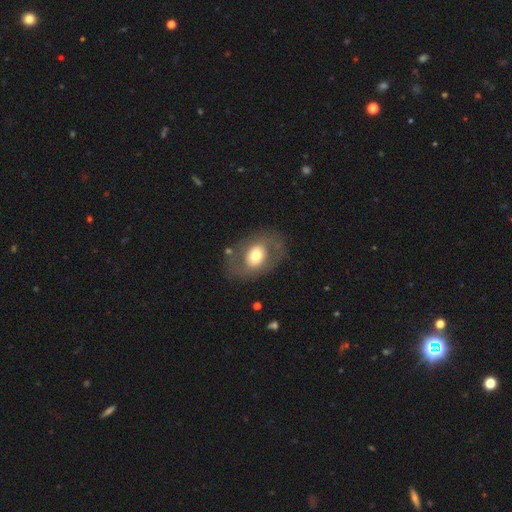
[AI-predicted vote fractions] Smooth or featured: smooth — 50% (featured or disk — 43%)
Merging: none — 74% (minor disturbance — 14%)